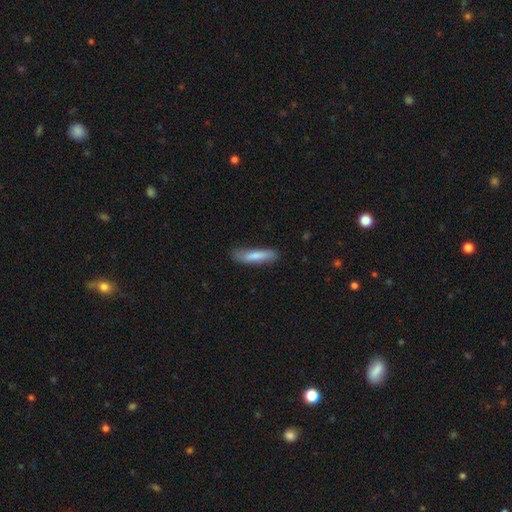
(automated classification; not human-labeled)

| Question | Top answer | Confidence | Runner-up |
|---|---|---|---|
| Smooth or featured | smooth | 78% | featured or disk (16%) |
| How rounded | cigar-shaped | 77% | in between (22%) |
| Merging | none | 79% | minor disturbance (16%) |